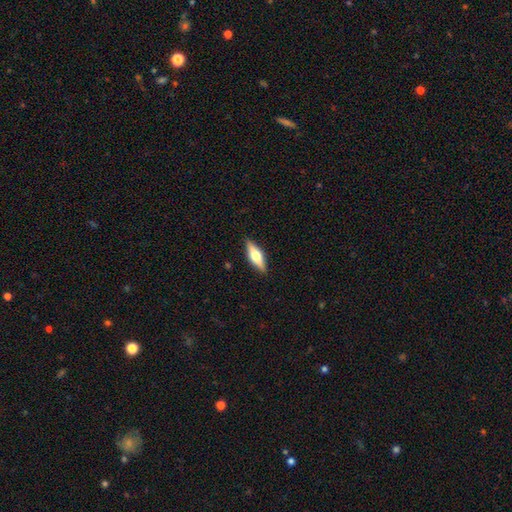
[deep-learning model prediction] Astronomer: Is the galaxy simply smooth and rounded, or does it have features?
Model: featured or disk — 57% (runner-up: smooth, 37%).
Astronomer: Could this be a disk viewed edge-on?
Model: yes — 95%.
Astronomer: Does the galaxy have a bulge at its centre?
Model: rounded — 93%.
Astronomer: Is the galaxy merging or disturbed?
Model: none — 89%.